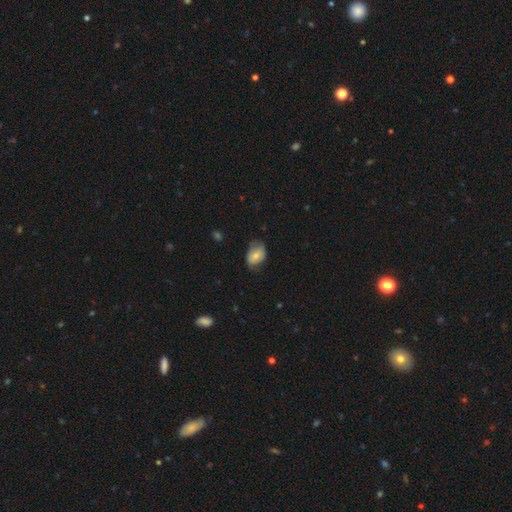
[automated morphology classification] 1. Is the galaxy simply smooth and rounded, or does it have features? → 67% smooth, 26% featured or disk, 7% star or artifact.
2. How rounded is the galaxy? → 77% in between, 22% round, 1% cigar-shaped.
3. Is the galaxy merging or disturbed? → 57% none, 32% minor disturbance, 10% major disturbance, 1% merger.